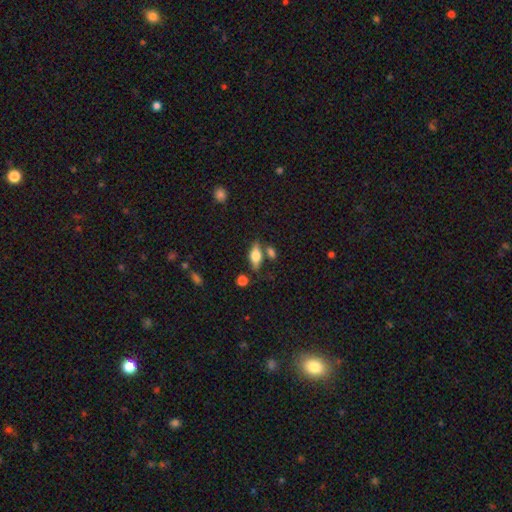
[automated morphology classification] Overall: smooth (59%; featured or disk 33%). How rounded: in between (76%). Merging: none (69%).